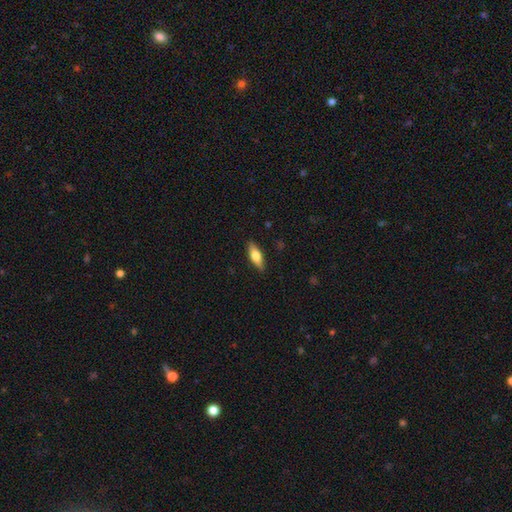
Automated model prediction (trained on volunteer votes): smooth 57%, featured or disk 37%, star or artifact 6%. Down the decision tree: how rounded — in between (59%); merging — none (88%).